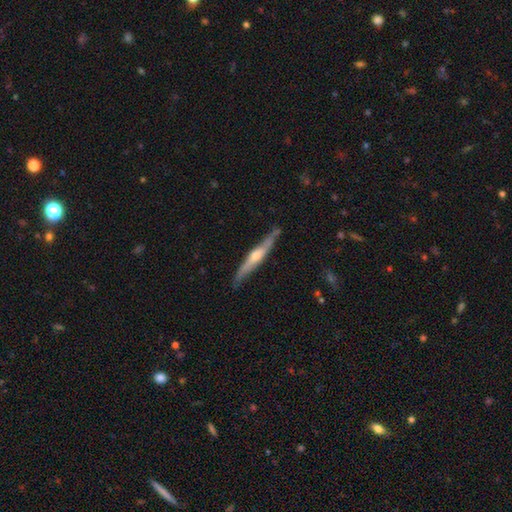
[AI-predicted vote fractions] Overall: featured or disk (71%). Edge-on disk: yes (94%). Edge-on bulge: rounded (81%). Merging: none (84%).